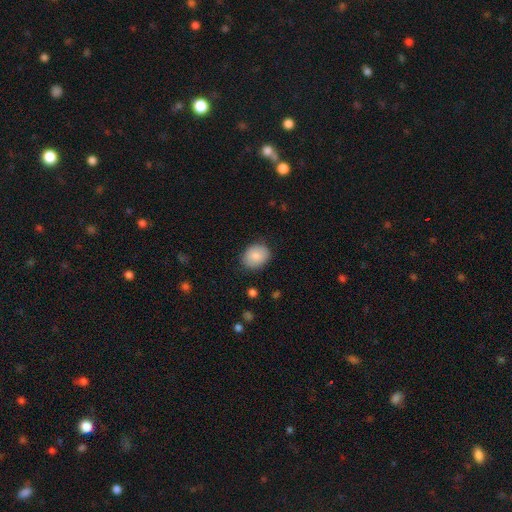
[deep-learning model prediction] A smooth galaxy with no disk features (85%) that is in between round and cigar-shaped (52%). Merging: none (84%).